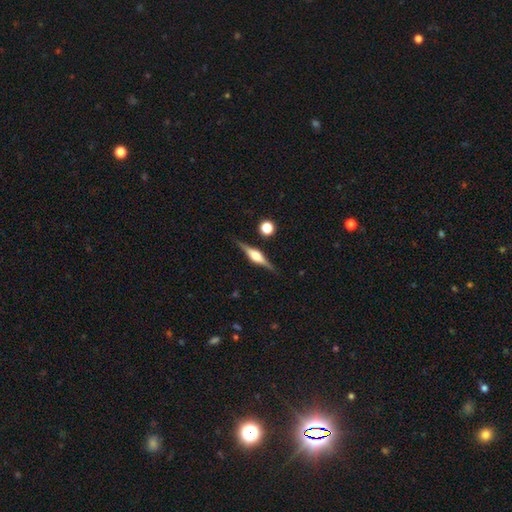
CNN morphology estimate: Q: Smooth or featured?
A: featured or disk (80%); runner-up: smooth (14%)
Q: Edge-on disk?
A: yes (98%); runner-up: no (2%)
Q: Edge-on bulge?
A: rounded (87%); runner-up: boxy (11%)
Q: Merging?
A: none (88%); runner-up: minor disturbance (8%)